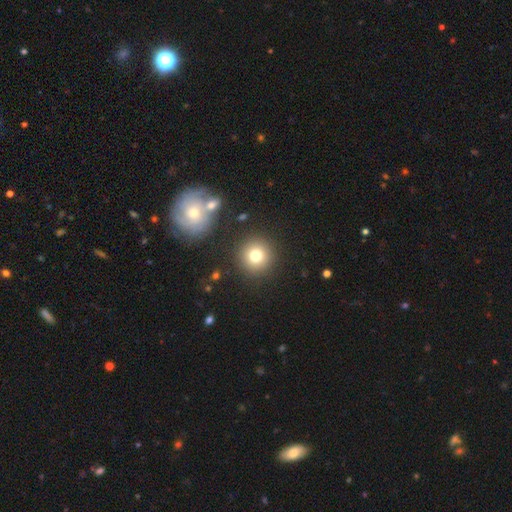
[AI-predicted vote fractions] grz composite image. It shows a smooth galaxy with no disk features (78%) that is round (95%). Merging: none (89%).